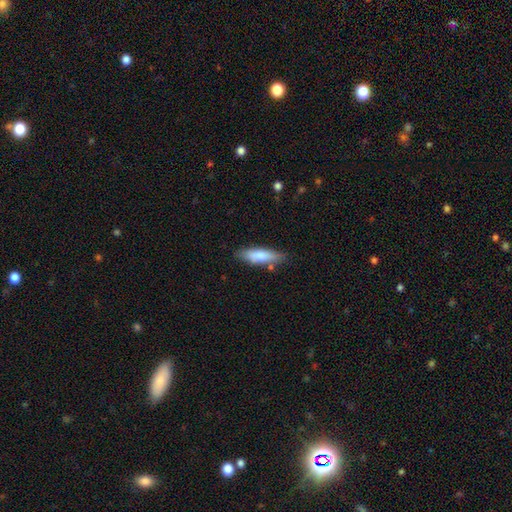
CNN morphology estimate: A smooth galaxy with no disk features (75%) that is cigar-shaped (65%).

Vote fractions:
- Smooth or featured? smooth: 75% / featured or disk: 19% / star or artifact: 6%
- How rounded? cigar-shaped: 65% / in between: 34% / round: 2%
- Merging? none: 79% / minor disturbance: 16% / merger: 3% / major disturbance: 3%